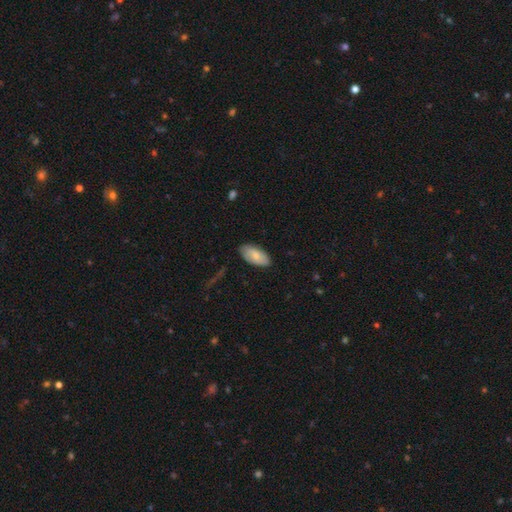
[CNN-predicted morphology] smooth-or-featured: smooth: 80% | featured or disk: 15% | star or artifact: 6%
  how-rounded: in between: 94% | cigar-shaped: 4% | round: 2%
  merging: none: 83% | minor disturbance: 13% | major disturbance: 2% | merger: 1%